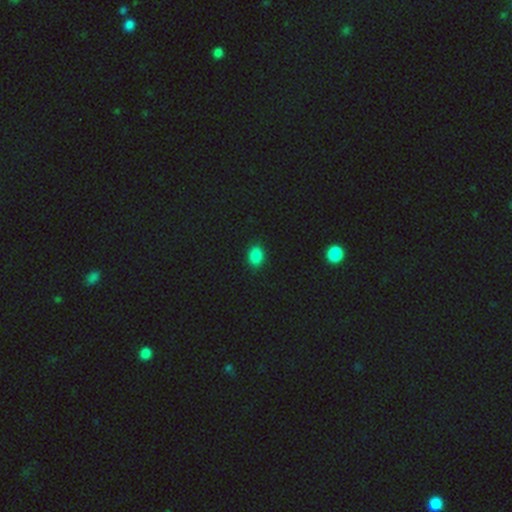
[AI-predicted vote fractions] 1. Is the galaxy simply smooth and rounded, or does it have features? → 85% smooth, 12% star or artifact, 3% featured or disk.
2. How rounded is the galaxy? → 68% in between, 31% round, 1% cigar-shaped.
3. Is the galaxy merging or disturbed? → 89% none, 8% minor disturbance, 2% major disturbance, 1% merger.